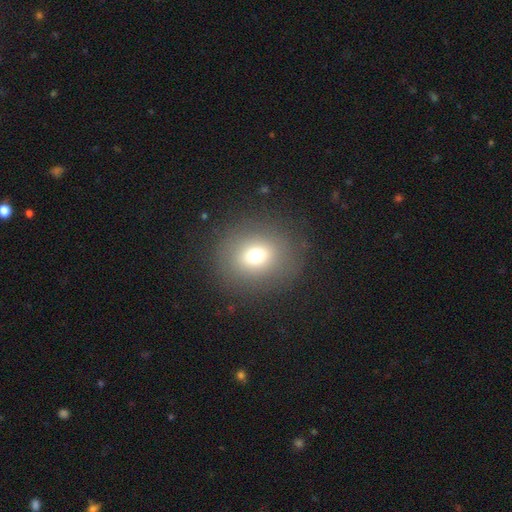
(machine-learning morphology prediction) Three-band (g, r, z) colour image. It shows a smooth galaxy with no disk features (71%) that is round (78%). Merging: none (85%).